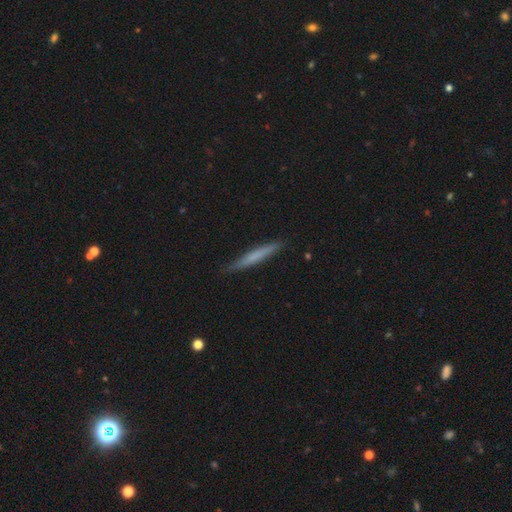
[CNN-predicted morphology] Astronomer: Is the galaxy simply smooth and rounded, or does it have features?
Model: smooth — 62%.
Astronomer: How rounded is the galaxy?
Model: cigar-shaped — 96%.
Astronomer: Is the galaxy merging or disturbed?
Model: none — 87%.